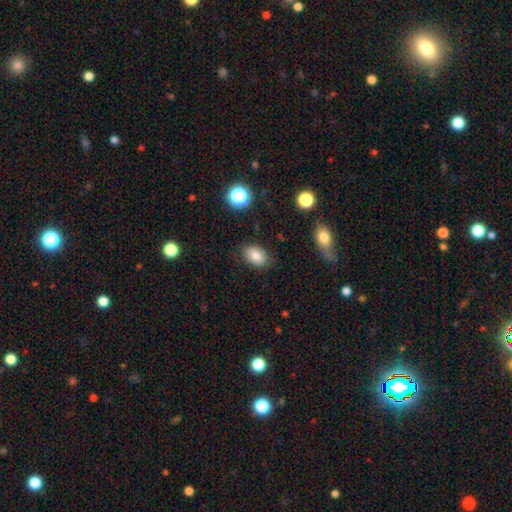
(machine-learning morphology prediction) Smooth or featured: smooth — 80% (featured or disk — 11%)
How rounded: in between — 79% (round — 20%)
Merging: none — 84% (minor disturbance — 11%)